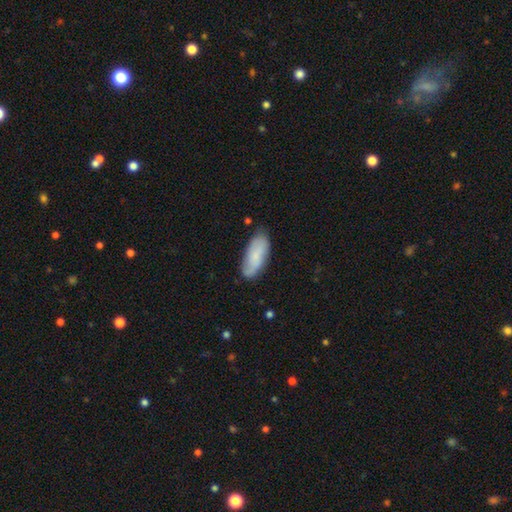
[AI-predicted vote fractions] The model was most divided on "smooth or featured": smooth: 68%, featured or disk: 25%, star or artifact: 7%. More confident: how rounded — in between (81%); merging — none (74%).